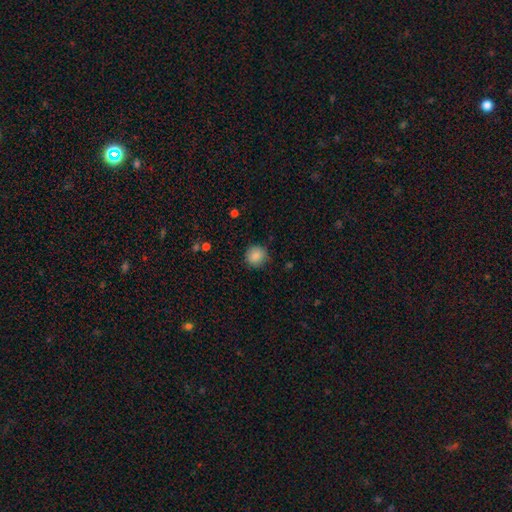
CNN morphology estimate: A smooth galaxy with no disk features (87%) that is round (92%).

Vote fractions:
- Smooth or featured? smooth: 87% / star or artifact: 9% / featured or disk: 4%
- How rounded? round: 92% / in between: 7% / cigar-shaped: 1%
- Merging? none: 85% / minor disturbance: 11% / major disturbance: 3% / merger: 1%